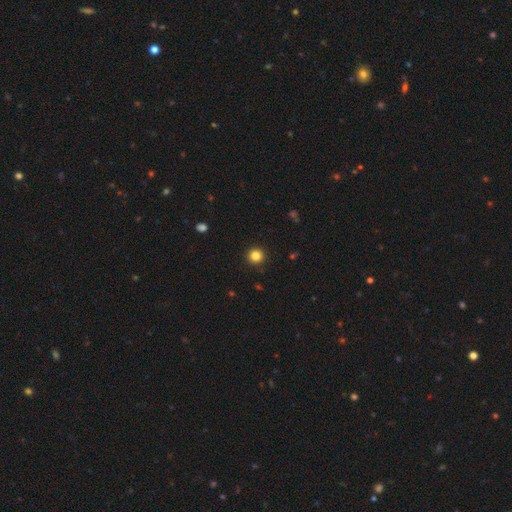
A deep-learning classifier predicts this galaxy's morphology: The model was most divided on "smooth or featured": smooth: 84%, star or artifact: 12%, featured or disk: 4%. More confident: how rounded — round (96%); merging — none (93%).